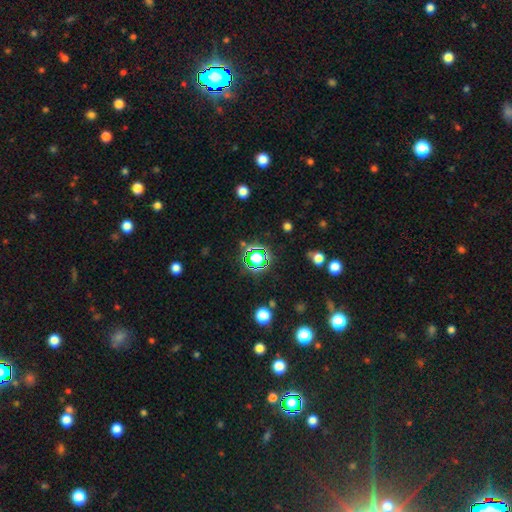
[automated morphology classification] Smooth or featured?
  - star or artifact: 54% *
  - smooth: 35%
  - featured or disk: 10%